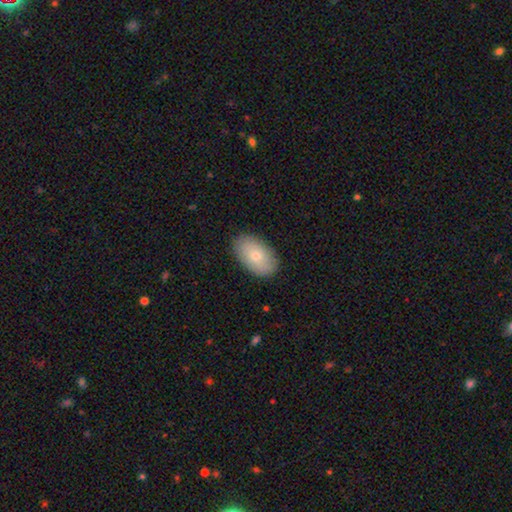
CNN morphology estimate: Q: Smooth or featured?
A: smooth (74%); runner-up: featured or disk (19%)
Q: How rounded?
A: in between (93%); runner-up: round (6%)
Q: Merging?
A: none (88%); runner-up: minor disturbance (9%)